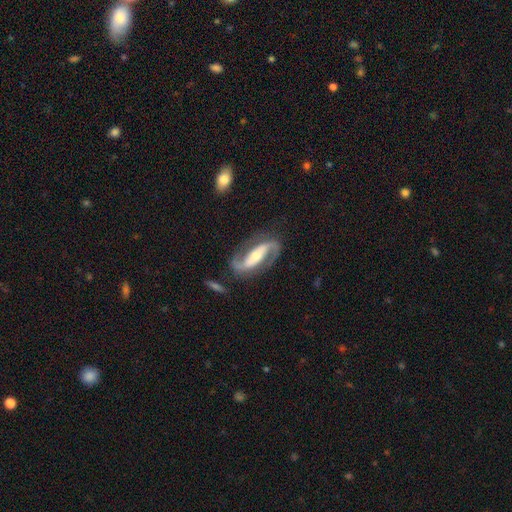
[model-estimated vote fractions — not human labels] A featured or disk galaxy (91%) with a strong bar (55%), 2 (93%) medium (52%) spiral arms (97%) and a moderate central bulge (56%). Merging: none (80%).